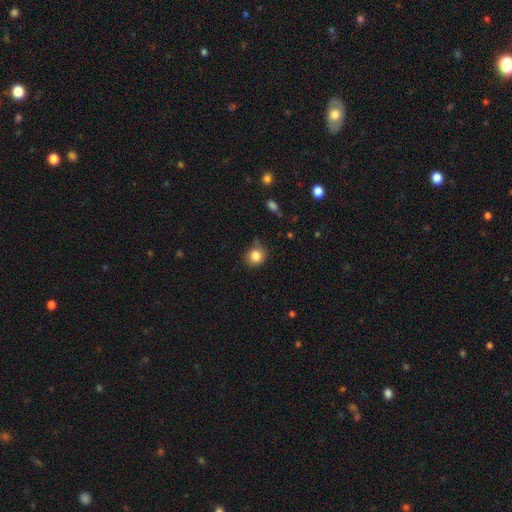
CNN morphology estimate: type=smooth (84%); roundness=round (84%); merging=none (72%).